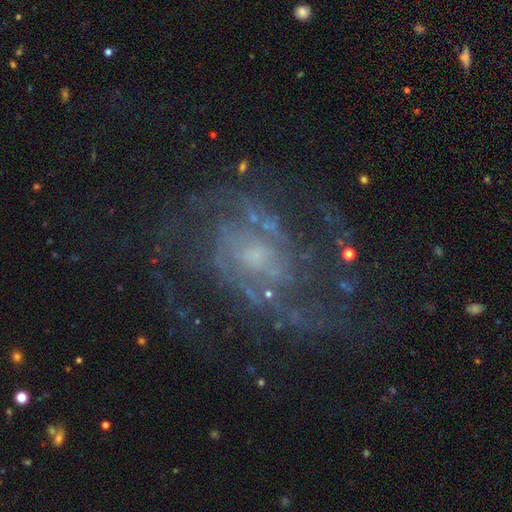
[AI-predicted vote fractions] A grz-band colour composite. It shows a featured or disk galaxy (88%) with no bar (56%), 2 (59%) medium (50%) spiral arms (96%) and a small central bulge (56%). Merging: none (71%).